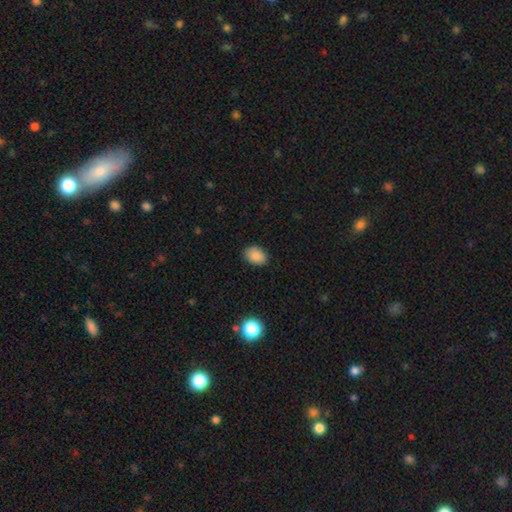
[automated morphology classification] Smooth or featured? Predicted: smooth (p=0.87). How rounded? Predicted: in between (p=0.77). Merging? Predicted: none (p=0.86).